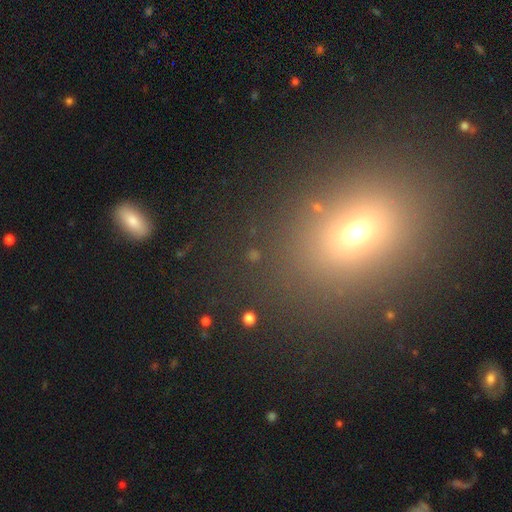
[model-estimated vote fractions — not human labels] Q: Smooth or featured?
A: smooth (48%); runner-up: star or artifact (39%)
Q: Merging?
A: none (76%); runner-up: minor disturbance (10%)